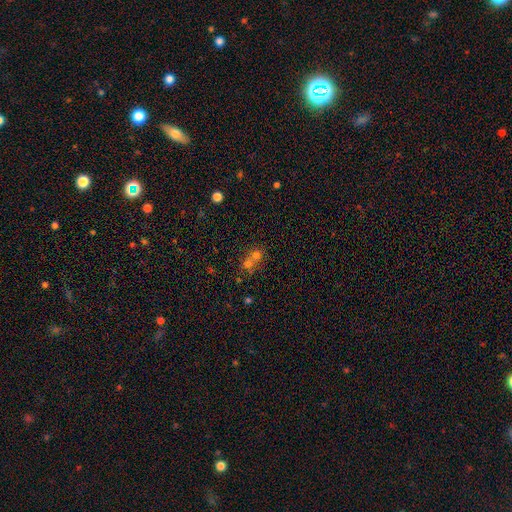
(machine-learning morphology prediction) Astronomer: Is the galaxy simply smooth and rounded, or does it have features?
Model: smooth — 60%.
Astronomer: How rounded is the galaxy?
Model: round — 77%.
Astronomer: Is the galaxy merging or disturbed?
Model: merger — 61%.